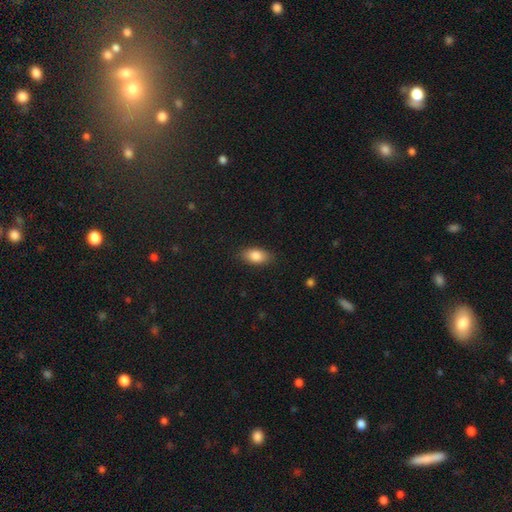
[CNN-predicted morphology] Q: Smooth or featured?
A: smooth (85%); runner-up: featured or disk (8%)
Q: How rounded?
A: in between (90%); runner-up: round (5%)
Q: Merging?
A: none (86%); runner-up: minor disturbance (10%)